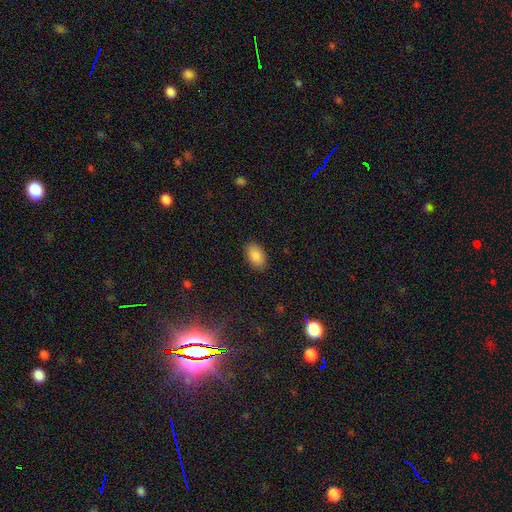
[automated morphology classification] Overall: smooth (87%). How rounded: in between (91%). Merging: none (88%).